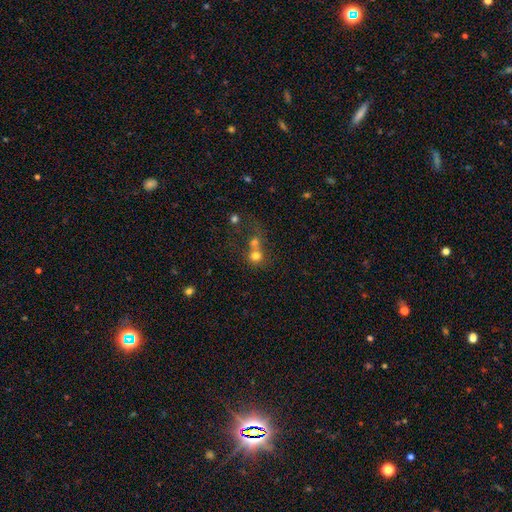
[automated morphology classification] type=smooth (72%); roundness=round (82%); merging=merger (59%).